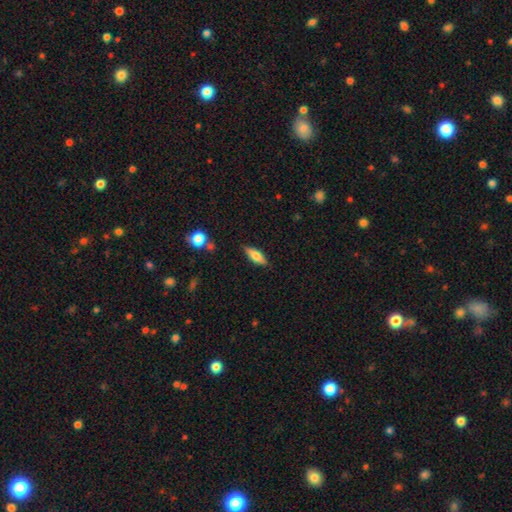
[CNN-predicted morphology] Overall: smooth (72%). How rounded: in between (64%; cigar-shaped 34%). Merging: none (82%).